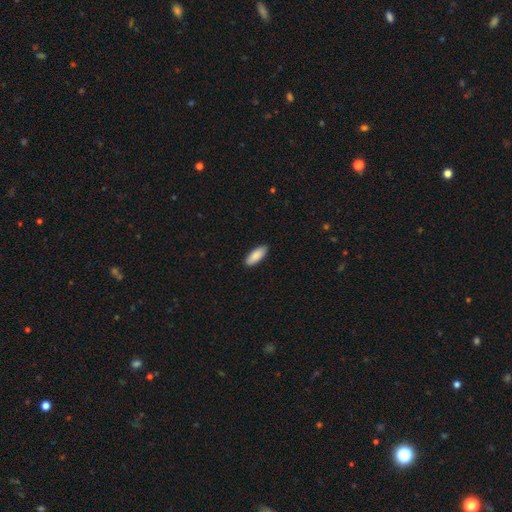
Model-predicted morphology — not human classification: This is clearly a smooth galaxy (87%). How rounded: likely in between (74%). Merging: clearly none (90%).